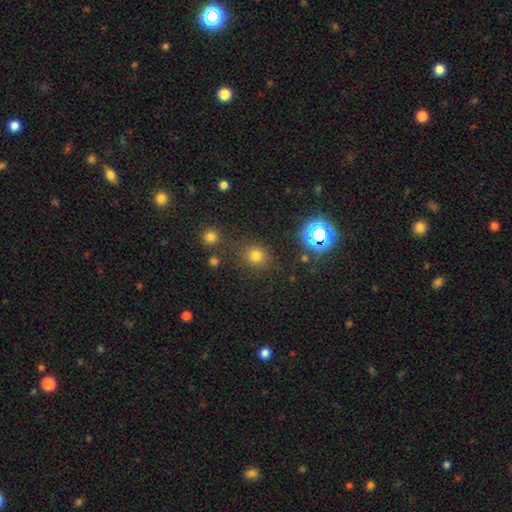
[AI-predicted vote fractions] smooth-or-featured: smooth: 70% | star or artifact: 23% | featured or disk: 6%
  how-rounded: round: 87% | in between: 12% | cigar-shaped: 1%
  merging: none: 82% | minor disturbance: 9% | merger: 4% | major disturbance: 4%